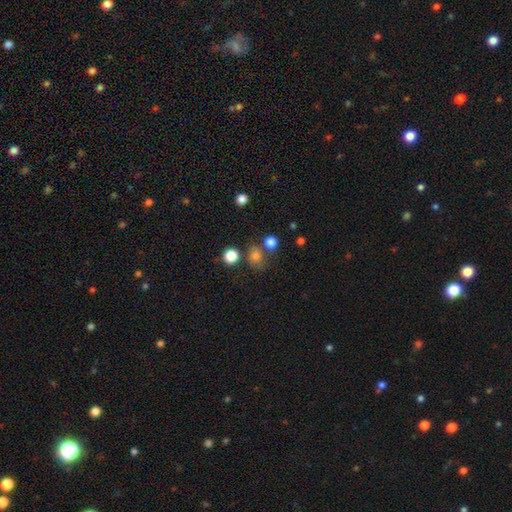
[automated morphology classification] Overall: smooth (75%). How rounded: round (75%). Merging: none (62%).